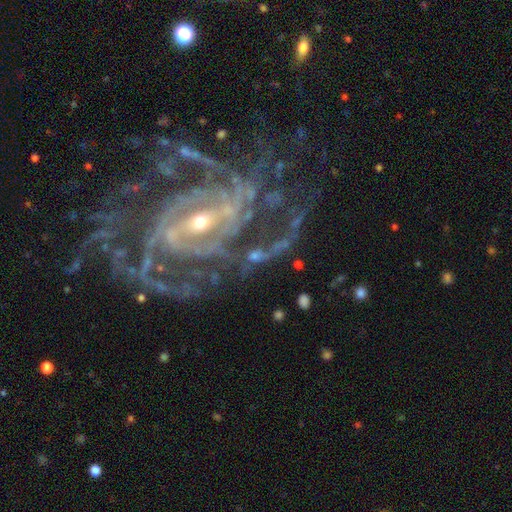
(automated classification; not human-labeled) featured or disk 89%, star or artifact 7%, smooth 4%. Down the decision tree: edge-on disk — no (97%); bar — strong (46%); spiral arms — yes (96%); spiral arm count — 2 (25%); spiral winding — tight (45%); bulge size — small (63%); merging — none (60%).